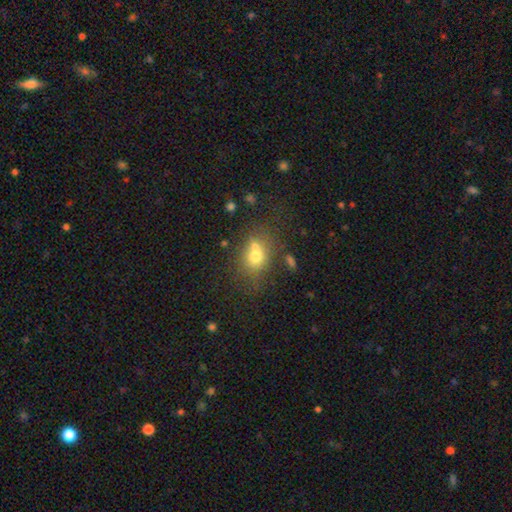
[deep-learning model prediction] Q: Smooth or featured?
A: smooth (67%); runner-up: featured or disk (18%)
Q: How rounded?
A: round (51%); runner-up: in between (47%)
Q: Merging?
A: none (45%); runner-up: merger (36%)